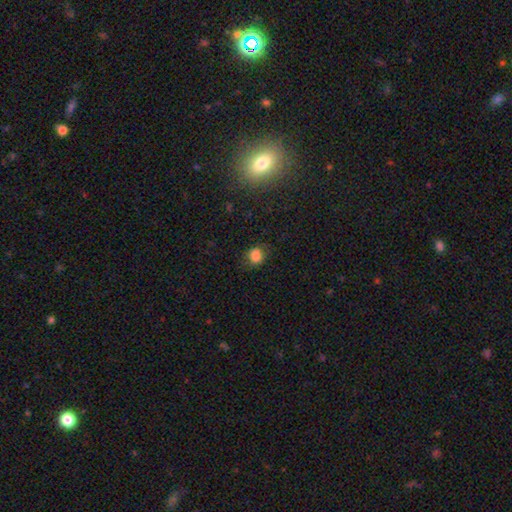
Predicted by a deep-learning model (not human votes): Smooth or featured?
  - smooth: 82% *
  - star or artifact: 12%
  - featured or disk: 6%
How rounded?
  - round: 64% *
  - in between: 35%
  - cigar-shaped: 1%
Merging?
  - none: 72% *
  - minor disturbance: 20%
  - major disturbance: 7%
  - merger: 1%